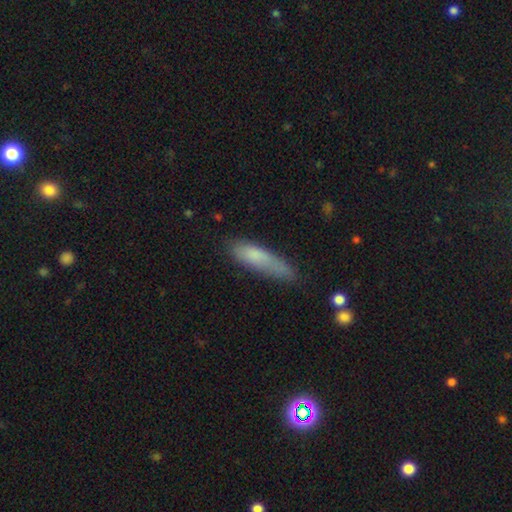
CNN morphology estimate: Smooth or featured?
  - smooth: 77% *
  - featured or disk: 16%
  - star or artifact: 7%
How rounded?
  - cigar-shaped: 69% *
  - in between: 29%
  - round: 2%
Merging?
  - none: 56% *
  - minor disturbance: 30%
  - major disturbance: 10%
  - merger: 3%